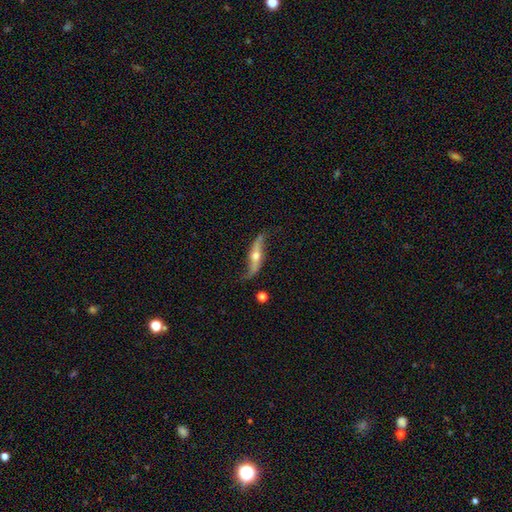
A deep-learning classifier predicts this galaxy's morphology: Overall: featured or disk (84%). Edge-on disk: no (66%; yes 34%). Bar: no (52%; strong 24%). Spiral arms: yes (93%). Spiral arm count: 2 (93%). Spiral winding: loose (92%). Bulge size: moderate (65%). Merging: none (69%).